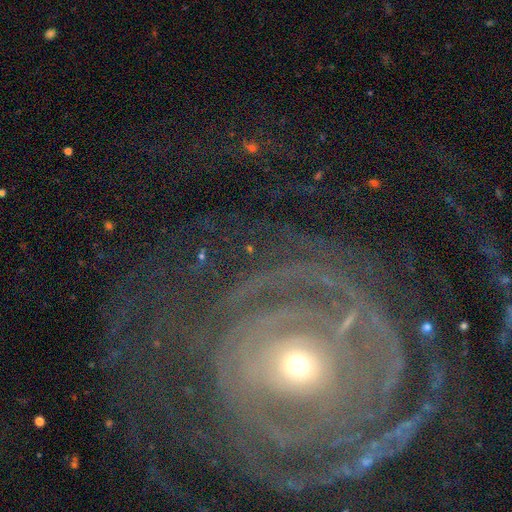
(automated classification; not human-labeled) Smooth or featured: featured or disk — 83% (star or artifact — 9%)
Edge-on disk: no — 96% (yes — 4%)
Bar: no — 73% (weak — 16%)
Spiral arms: yes — 86% (no — 14%)
Spiral winding: tight — 75% (medium — 18%)
Spiral arm count: can't tell — 35% (2 — 17%)
Bulge size: small — 63% (moderate — 32%)
Merging: none — 62% (major disturbance — 21%)